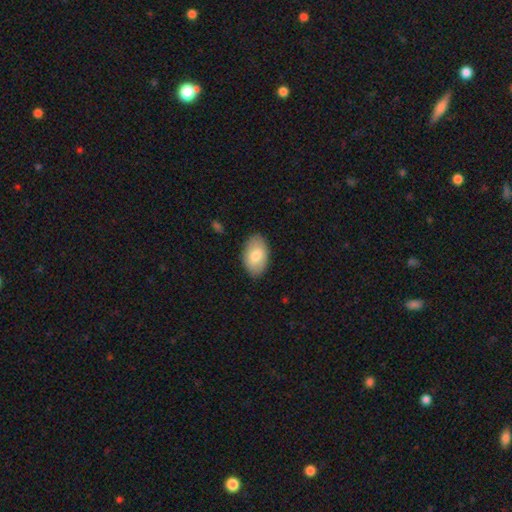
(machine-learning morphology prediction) Q: Smooth or featured?
A: smooth (79%); runner-up: featured or disk (16%)
Q: How rounded?
A: in between (93%); runner-up: round (5%)
Q: Merging?
A: none (85%); runner-up: minor disturbance (11%)